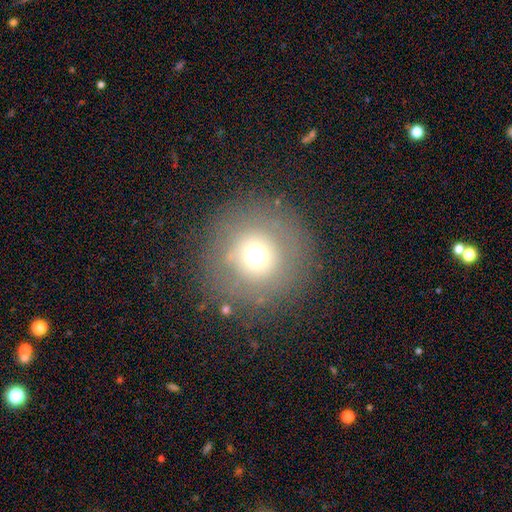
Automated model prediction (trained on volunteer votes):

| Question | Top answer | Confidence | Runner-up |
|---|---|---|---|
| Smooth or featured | smooth | 63% | star or artifact (23%) |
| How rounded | round | 94% | in between (5%) |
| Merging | none | 83% | minor disturbance (8%) |